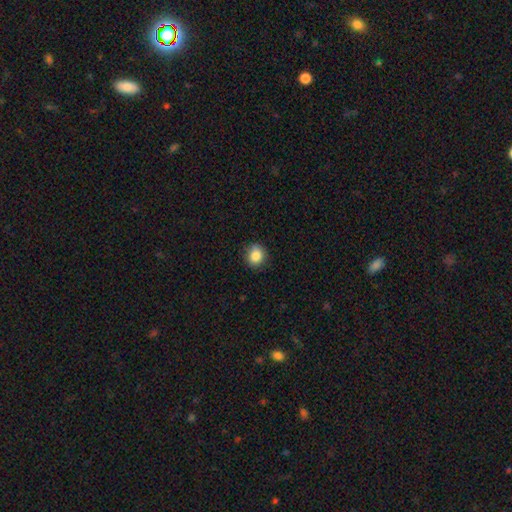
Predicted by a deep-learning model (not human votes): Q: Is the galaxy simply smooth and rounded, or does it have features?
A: smooth — 85%.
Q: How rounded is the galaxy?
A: round — 80%.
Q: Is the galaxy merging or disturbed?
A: none — 85%.